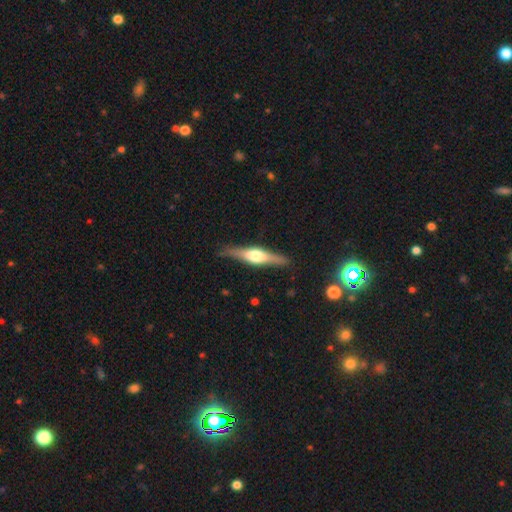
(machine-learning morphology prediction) smooth_or_featured: featured or disk (p=0.69) [alt: smooth p=0.26]
disk_edge_on: yes (p=0.96) [alt: no p=0.04]
edge_on_bulge: rounded (p=0.90) [alt: boxy p=0.08]
merging: none (p=0.87) [alt: minor disturbance p=0.10]